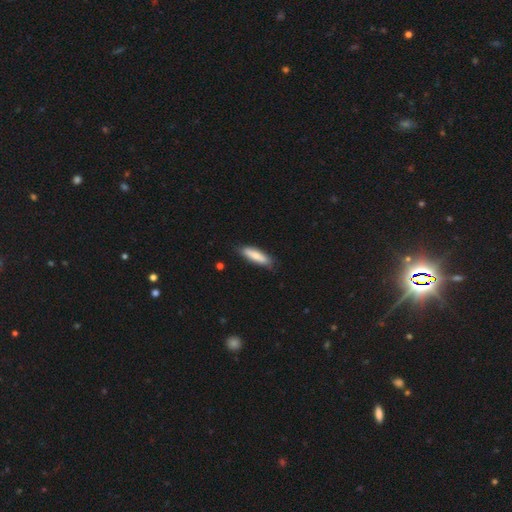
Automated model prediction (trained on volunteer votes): This is likely a smooth galaxy (75%). How rounded: likely cigar-shaped (62%). Merging: clearly none (80%).